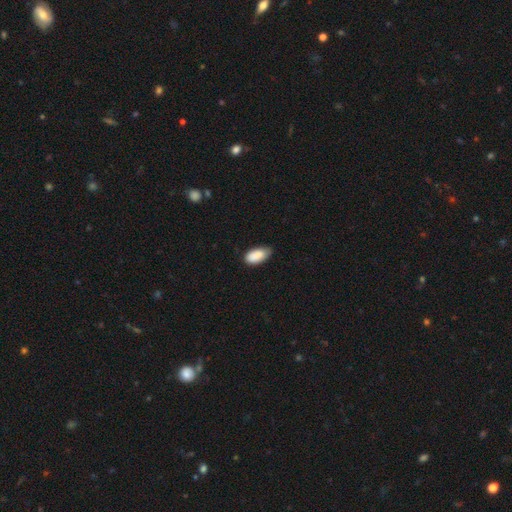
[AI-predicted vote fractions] Overall: smooth (88%). How rounded: in between (94%). Merging: none (63%; minor disturbance 32%).